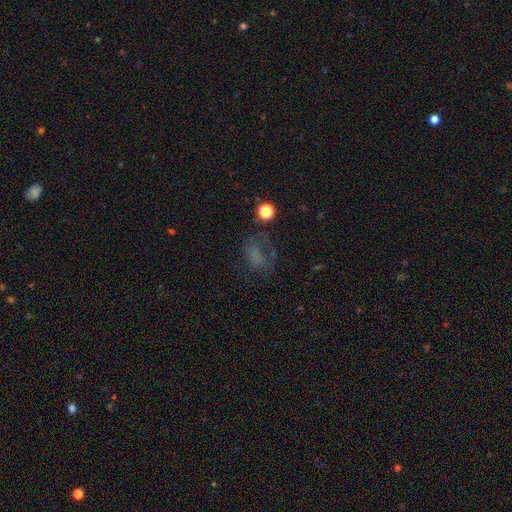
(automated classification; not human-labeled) Smooth or featured? smooth (51%)
How rounded? in between (67%)
Merging? none (42%)